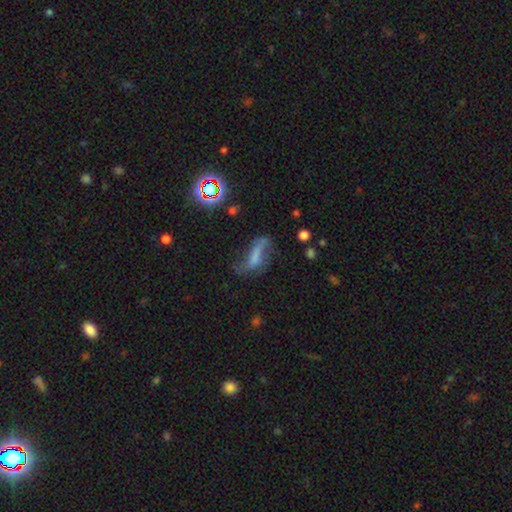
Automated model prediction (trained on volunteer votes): Overall: featured or disk (45%; smooth 37%). Merging: none (38%; major disturbance 31%).